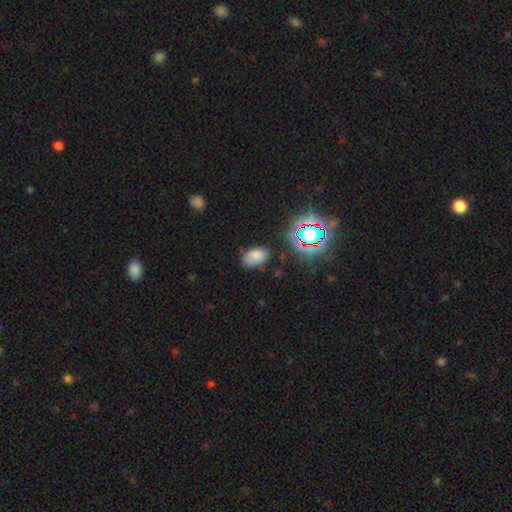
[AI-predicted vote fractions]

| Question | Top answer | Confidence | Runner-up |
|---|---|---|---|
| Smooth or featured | smooth | 75% | star or artifact (16%) |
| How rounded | in between | 89% | round (9%) |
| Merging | none | 69% | minor disturbance (22%) |